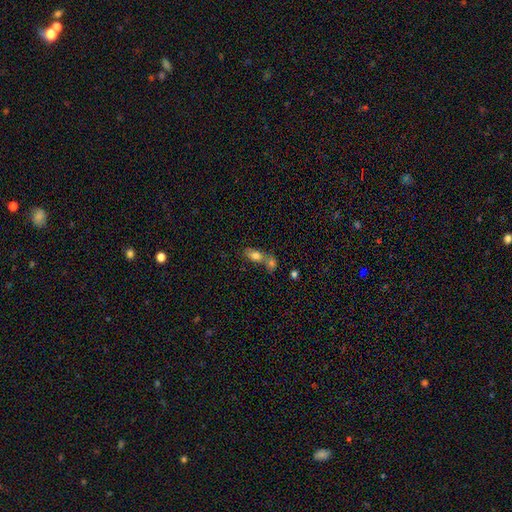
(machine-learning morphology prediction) smooth 75%, featured or disk 16%, star or artifact 9%. Down the decision tree: how rounded — in between (76%); merging — merger (63%).